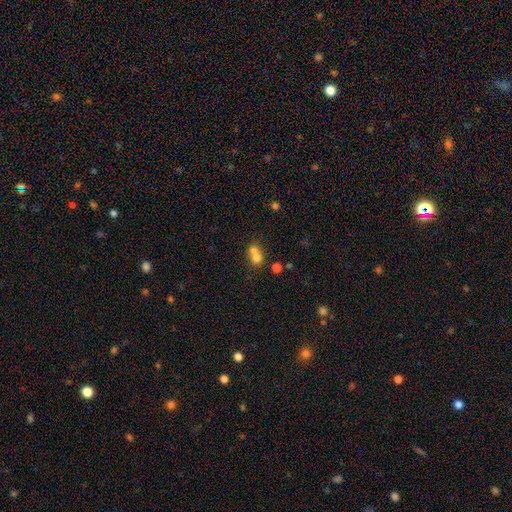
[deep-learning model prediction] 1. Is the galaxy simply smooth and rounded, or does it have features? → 70% smooth, 17% featured or disk, 13% star or artifact.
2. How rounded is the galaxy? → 73% round, 26% in between, 1% cigar-shaped.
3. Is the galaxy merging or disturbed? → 66% merger, 27% none, 5% minor disturbance, 3% major disturbance.